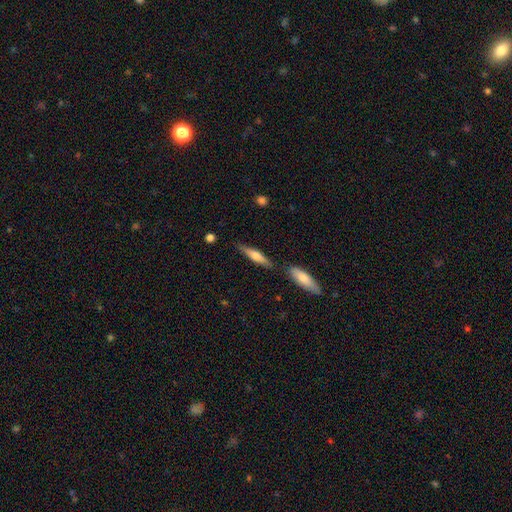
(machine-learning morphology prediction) A smooth galaxy with no disk features (53%) that is cigar-shaped (76%).

Vote fractions:
- Smooth or featured? smooth: 53% / featured or disk: 41% / star or artifact: 6%
- How rounded? cigar-shaped: 76% / in between: 22% / round: 2%
- Merging? none: 76% / minor disturbance: 12% / merger: 9% / major disturbance: 3%